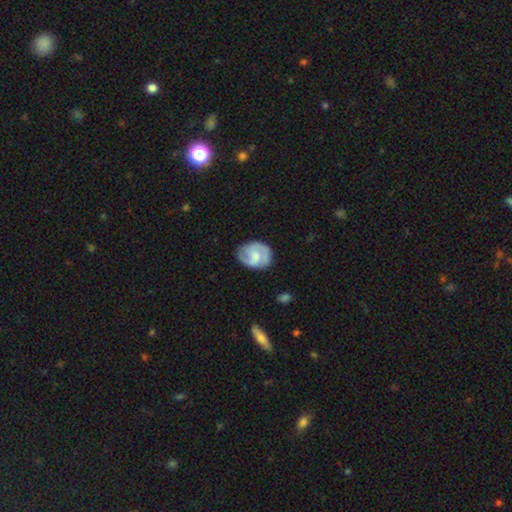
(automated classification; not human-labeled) Overall: featured or disk (67%; smooth 27%). Edge-on disk: no (98%). Bar: no (46%, tied with weak). Spiral arms: yes (91%). Spiral arm count: 2 (69%). Spiral winding: medium (46%; tight 37%). Bulge size: small (36%; moderate 34%). Merging: none (72%).